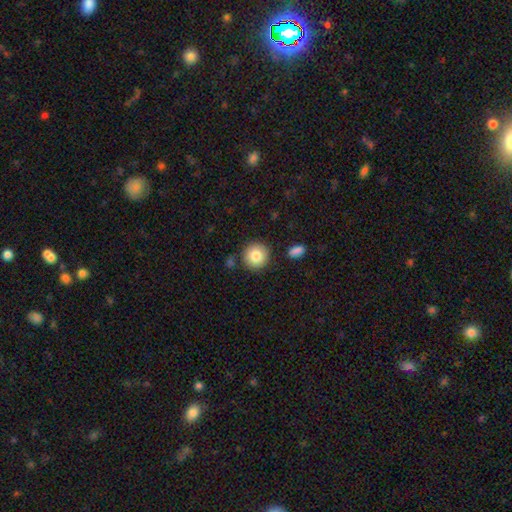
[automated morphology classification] A smooth galaxy with no disk features (85%) that is round (93%).

Vote fractions:
- Smooth or featured? smooth: 85% / star or artifact: 8% / featured or disk: 7%
- How rounded? round: 93% / in between: 6% / cigar-shaped: 1%
- Merging? none: 85% / minor disturbance: 8% / merger: 5% / major disturbance: 2%